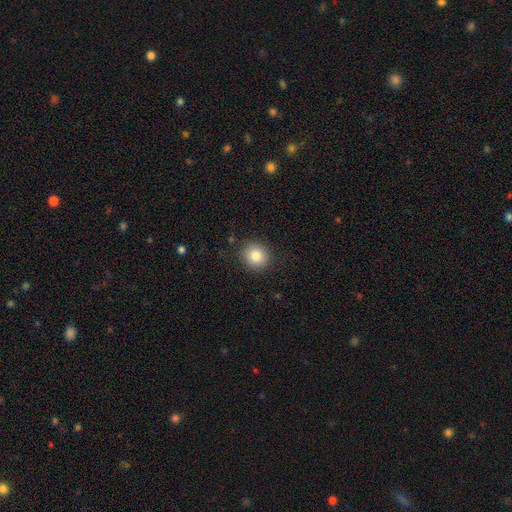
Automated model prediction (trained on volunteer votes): A smooth galaxy with no disk features (82%) that is round (86%). Merging: none (88%).